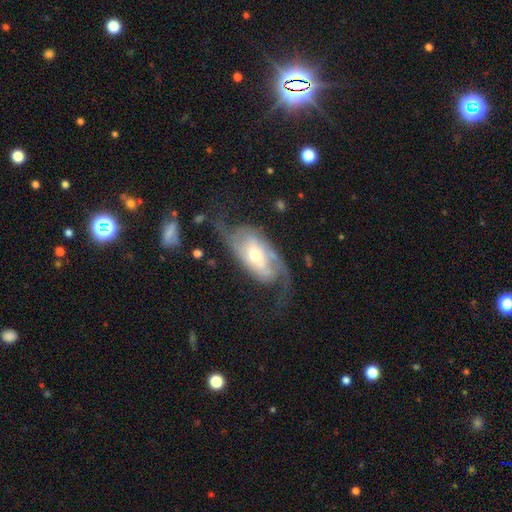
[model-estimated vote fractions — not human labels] Morphology: type=featured or disk (80%); edge-on=no (93%); bar=no (45%); spiral arms=yes (91%); winding=loose (42%); arm count=2 (80%); bulge=moderate (58%); merging=none (54%).